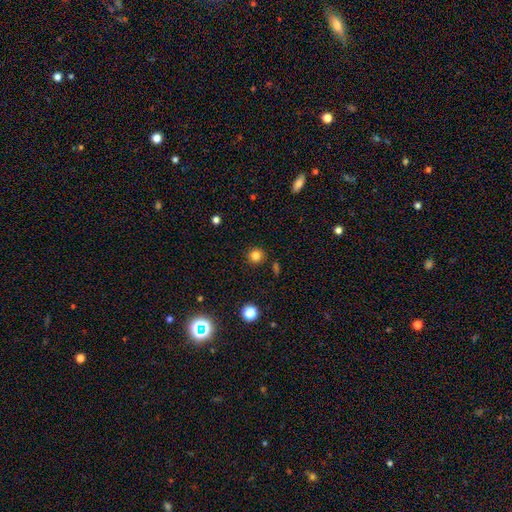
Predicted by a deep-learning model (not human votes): Overall: smooth (81%). How rounded: round (93%). Merging: none (90%).